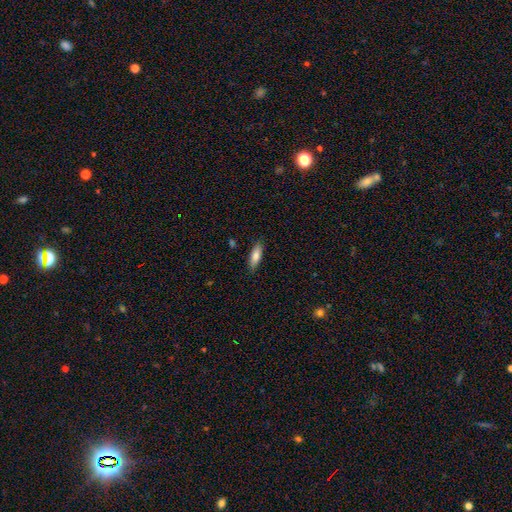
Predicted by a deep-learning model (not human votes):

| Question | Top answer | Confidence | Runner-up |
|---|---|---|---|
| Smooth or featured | smooth | 80% | featured or disk (14%) |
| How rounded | in between | 61% | cigar-shaped (37%) |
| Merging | none | 85% | minor disturbance (12%) |